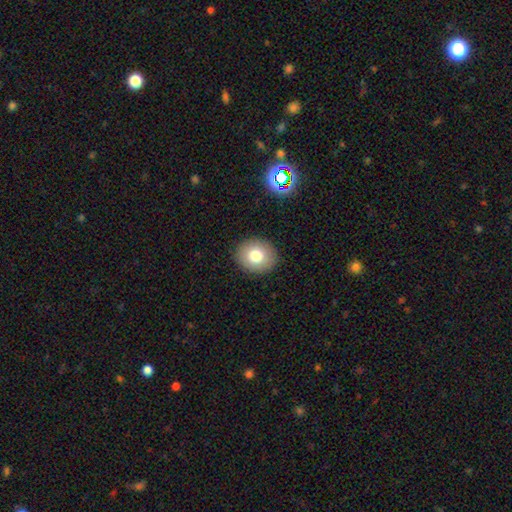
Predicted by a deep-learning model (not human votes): The model was most divided on "how rounded": round: 70%, in between: 29%, cigar-shaped: 1%. More confident: merging — none (90%); smooth or featured — smooth (76%).